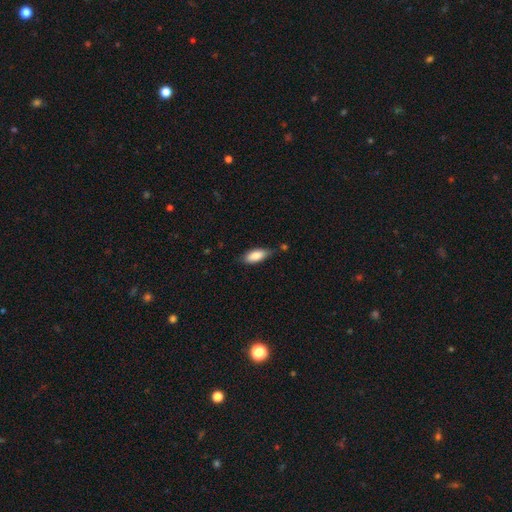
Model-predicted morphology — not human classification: This is clearly a smooth galaxy (83%). How rounded: clearly in between (81%). Merging: likely none (70%).